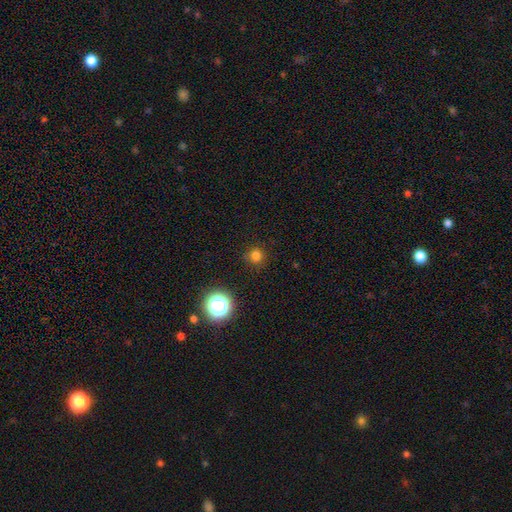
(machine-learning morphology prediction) smooth 76%, star or artifact 19%, featured or disk 5%. Down the decision tree: how rounded — round (94%); merging — none (89%).